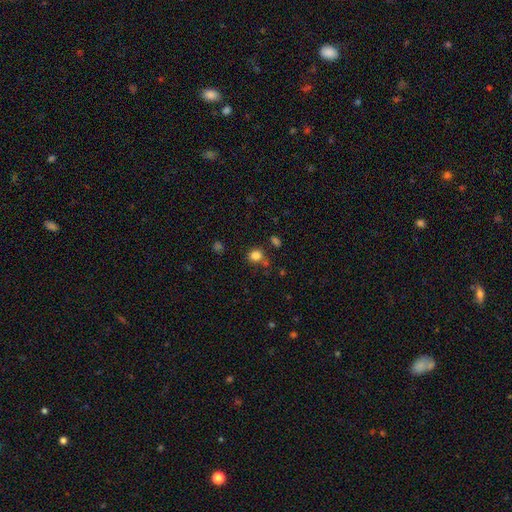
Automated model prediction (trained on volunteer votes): Smooth or featured? smooth (82%)
How rounded? round (75%)
Merging? none (73%)